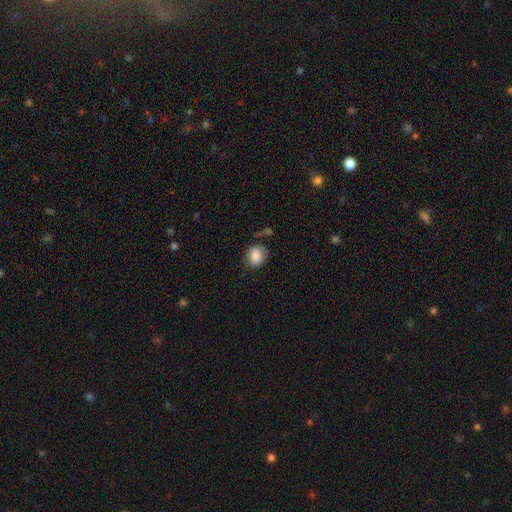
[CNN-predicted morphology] Overall: smooth (85%). How rounded: round (52%; in between 47%). Merging: none (66%).